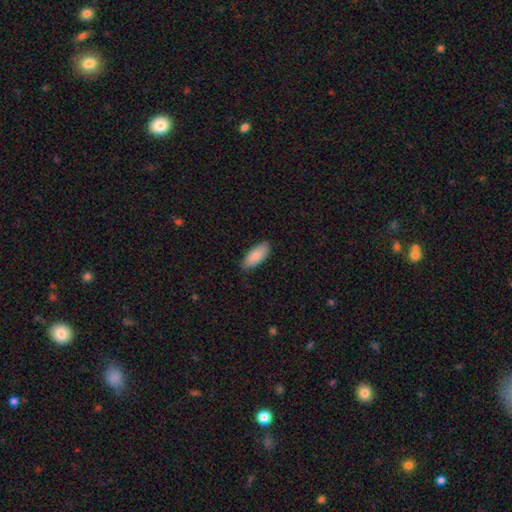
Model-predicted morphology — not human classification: This is clearly a smooth galaxy (87%). How rounded: clearly in between (84%). Merging: clearly none (84%).